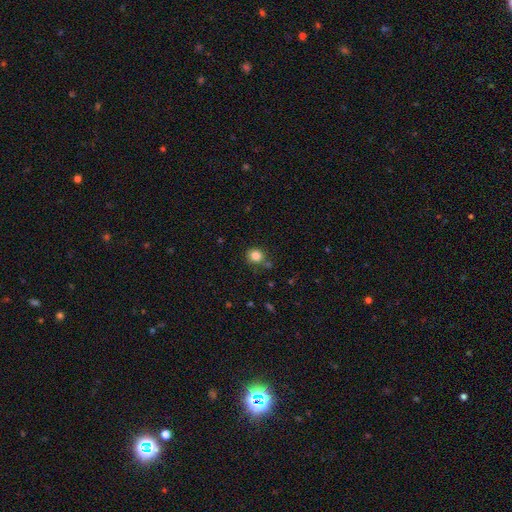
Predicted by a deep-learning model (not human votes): This appears to be a smooth galaxy with no disk features (84%) that is round (80%). Merging: none (74%).